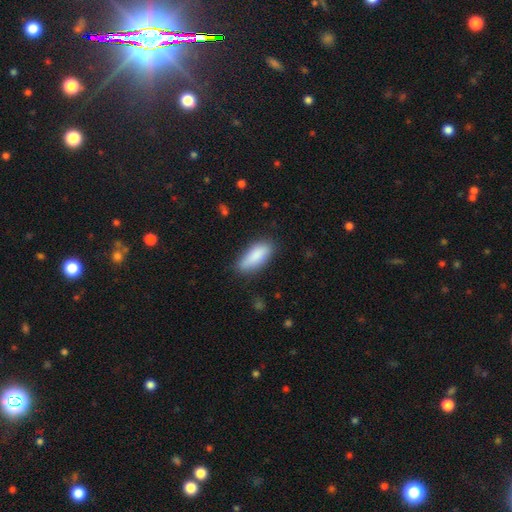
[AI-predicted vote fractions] smooth_or_featured: smooth (p=0.86) [alt: featured or disk p=0.08]
how_rounded: in between (p=0.77) [alt: cigar-shaped p=0.21]
merging: none (p=0.78) [alt: minor disturbance p=0.17]